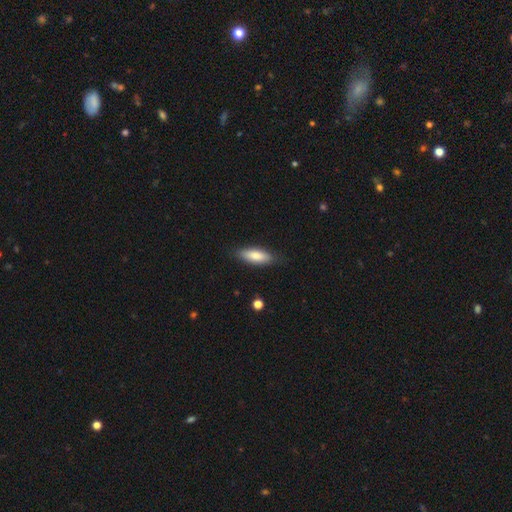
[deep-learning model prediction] Q: Smooth or featured?
A: smooth (79%); runner-up: featured or disk (15%)
Q: How rounded?
A: in between (64%); runner-up: cigar-shaped (34%)
Q: Merging?
A: none (84%); runner-up: minor disturbance (13%)